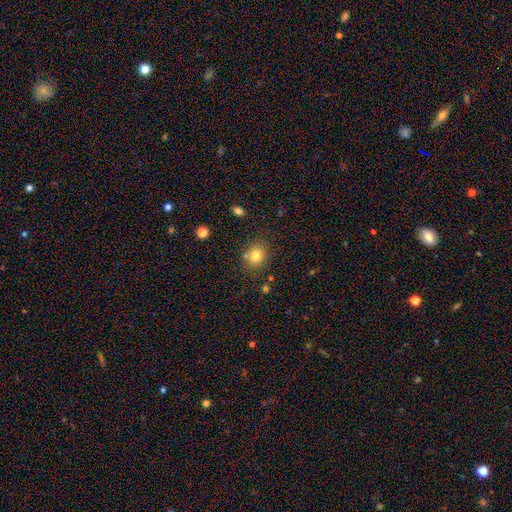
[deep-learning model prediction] Morphology: type=smooth (79%); roundness=round (65%); merging=none (77%).